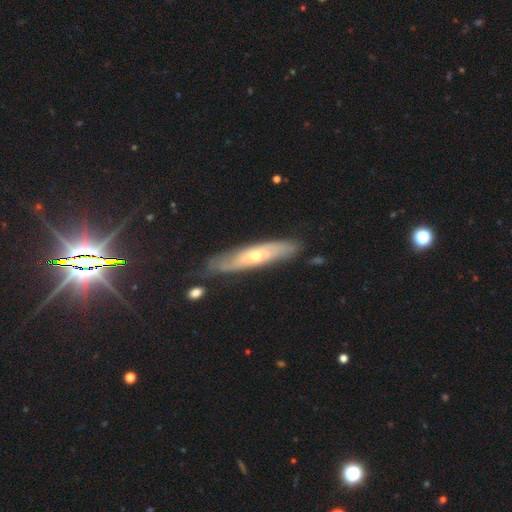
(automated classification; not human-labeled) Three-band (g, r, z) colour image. It shows a featured or disk galaxy (62%) viewed edge-on (50%, tied with no). Merging: none (76%).